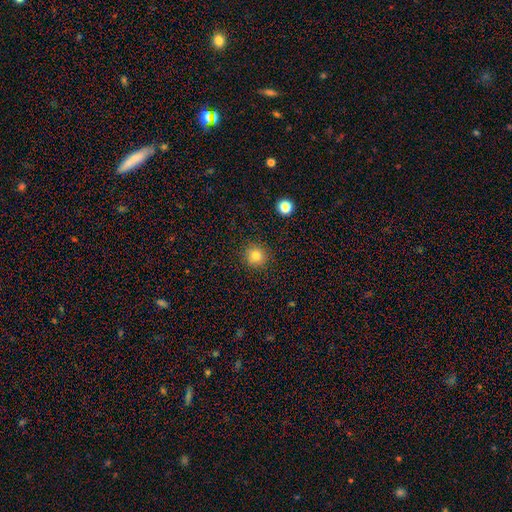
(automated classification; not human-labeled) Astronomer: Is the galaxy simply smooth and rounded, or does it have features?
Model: smooth — 82%.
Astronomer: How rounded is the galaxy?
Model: round — 92%.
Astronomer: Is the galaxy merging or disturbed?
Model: none — 90%.